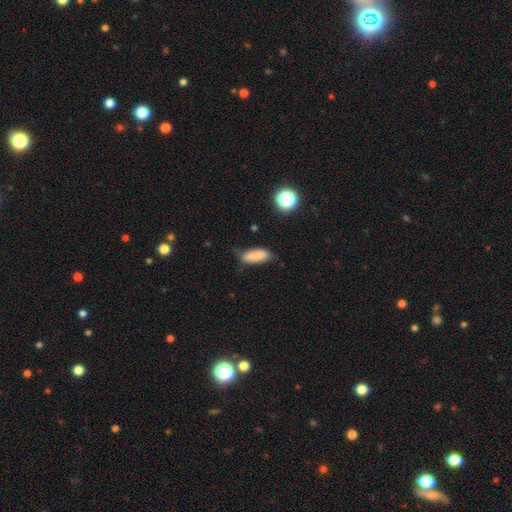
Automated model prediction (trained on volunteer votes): Overall: smooth (84%). How rounded: in between (69%). Merging: none (68%).